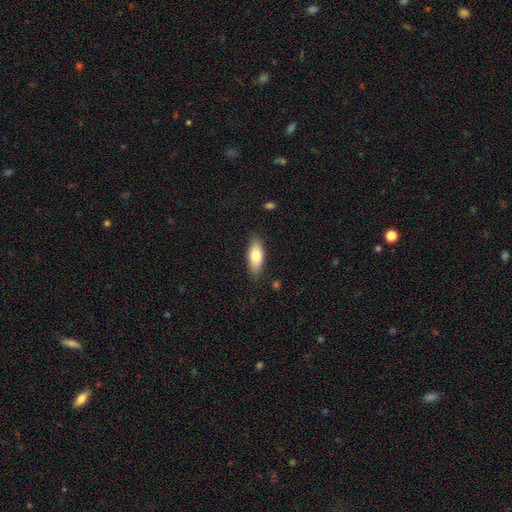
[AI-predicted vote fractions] Overall: smooth (77%). How rounded: in between (74%). Merging: none (84%).